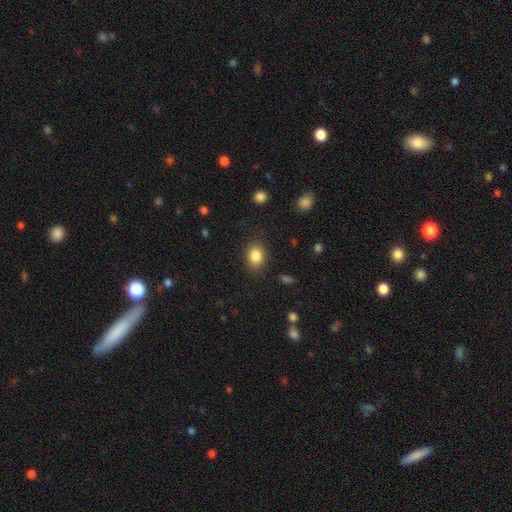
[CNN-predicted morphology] A smooth galaxy with no disk features (85%) that is in between round and cigar-shaped (68%).

Vote fractions:
- Smooth or featured? smooth: 85% / star or artifact: 9% / featured or disk: 6%
- How rounded? in between: 68% / round: 31% / cigar-shaped: 1%
- Merging? none: 85% / minor disturbance: 11% / major disturbance: 3% / merger: 1%